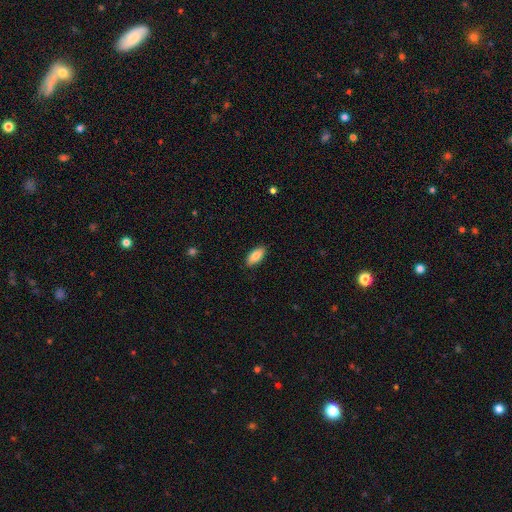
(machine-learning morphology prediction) The model was most divided on "smooth or featured": smooth: 83%, featured or disk: 10%, star or artifact: 7%. More confident: how rounded — in between (90%); merging — none (88%).